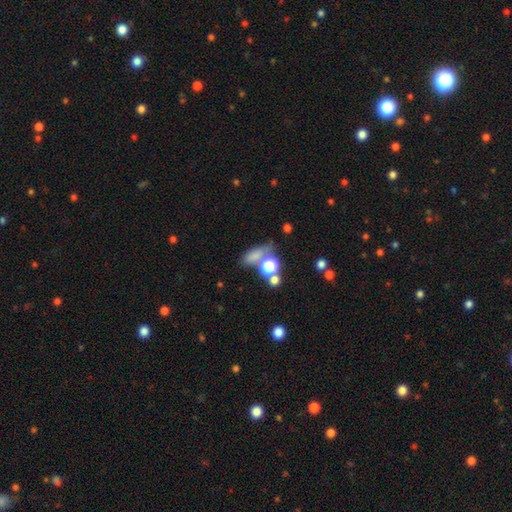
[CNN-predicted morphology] smooth-or-featured: smooth: 69% | star or artifact: 19% | featured or disk: 12%
  how-rounded: in between: 55% | round: 25% | cigar-shaped: 21%
  merging: none: 51% | merger: 24% | minor disturbance: 16% | major disturbance: 9%